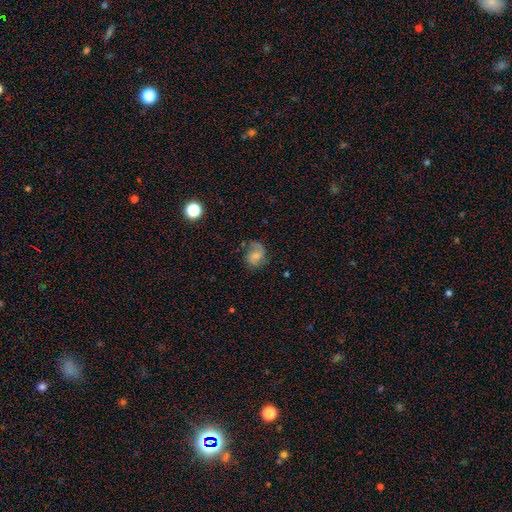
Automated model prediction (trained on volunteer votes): smooth_or_featured: featured or disk (p=0.53) [alt: smooth p=0.38]
disk_edge_on: no (p=0.97) [alt: yes p=0.03]
bar: no (p=0.53) [alt: weak p=0.39]
has_spiral_arms: yes (p=0.86) [alt: no p=0.14]
bulge_size: small (p=0.40) [alt: moderate p=0.39]
merging: none (p=0.55) [alt: minor disturbance p=0.26]